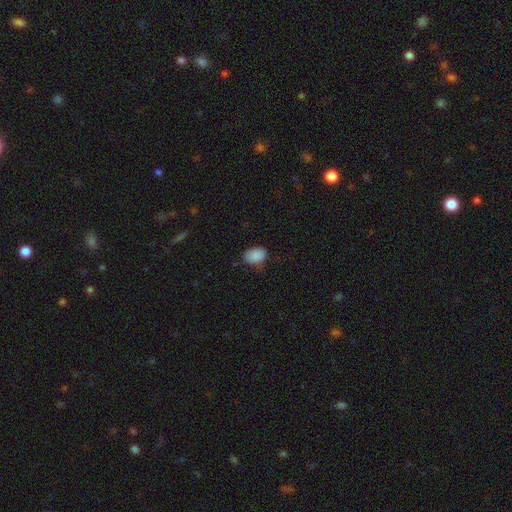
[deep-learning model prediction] Morphology: type=smooth (87%); roundness=in between (84%); merging=none (68%).